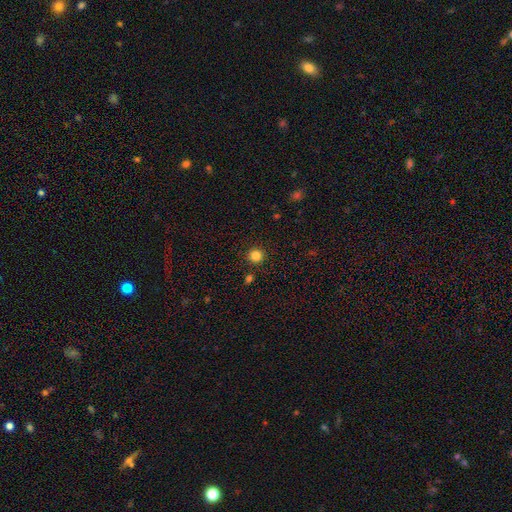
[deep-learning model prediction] Smooth or featured? smooth (84%)
How rounded? round (94%)
Merging? none (91%)